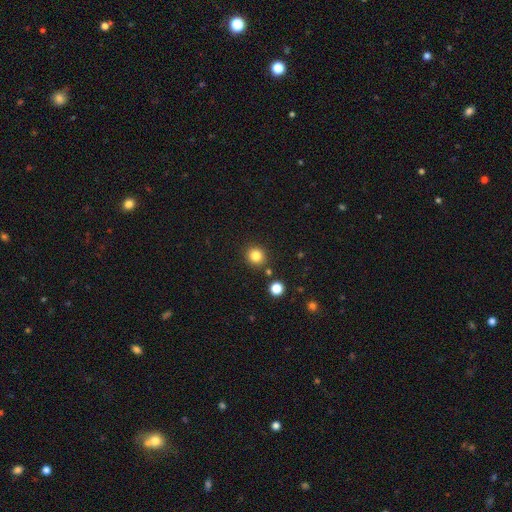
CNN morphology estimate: This appears to be a smooth galaxy with no disk features (83%) that is round (90%). Merging: none (87%).